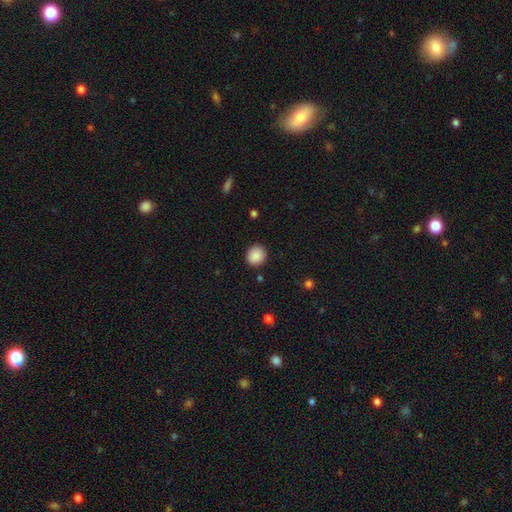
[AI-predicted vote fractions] Smooth or featured?
  - smooth: 88% *
  - star or artifact: 8%
  - featured or disk: 3%
How rounded?
  - round: 87% *
  - in between: 12%
  - cigar-shaped: 1%
Merging?
  - none: 90% *
  - minor disturbance: 7%
  - major disturbance: 2%
  - merger: 1%